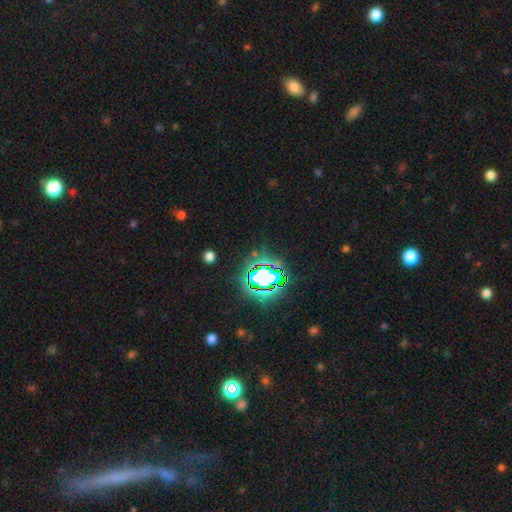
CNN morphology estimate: The model was most divided on "smooth or featured": star or artifact: 76%, smooth: 15%, featured or disk: 9%.